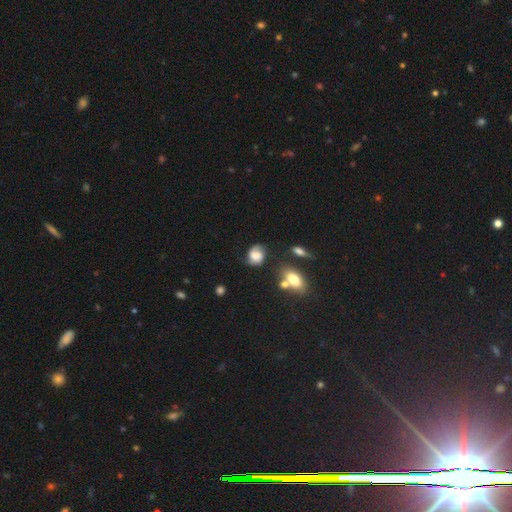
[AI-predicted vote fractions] featured or disk 51%, smooth 40%, star or artifact 9%. Down the decision tree: edge-on disk — no (97%); merging — none (59%).